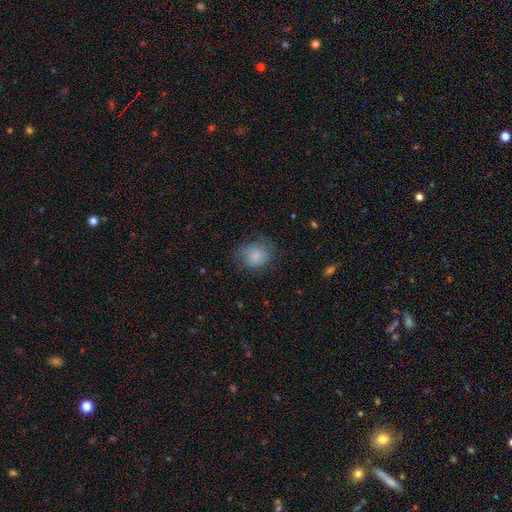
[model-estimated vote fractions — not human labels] The model was most divided on "how rounded": round: 70%, in between: 29%, cigar-shaped: 1%. More confident: smooth or featured — smooth (83%); merging — none (69%).